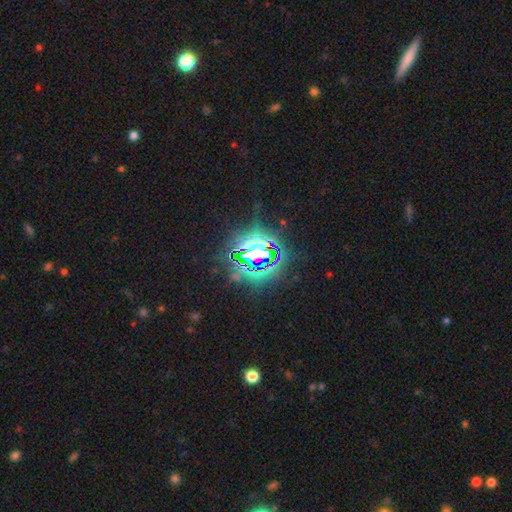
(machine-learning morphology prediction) This is likely a star or artifact rather than a galaxy (80%).